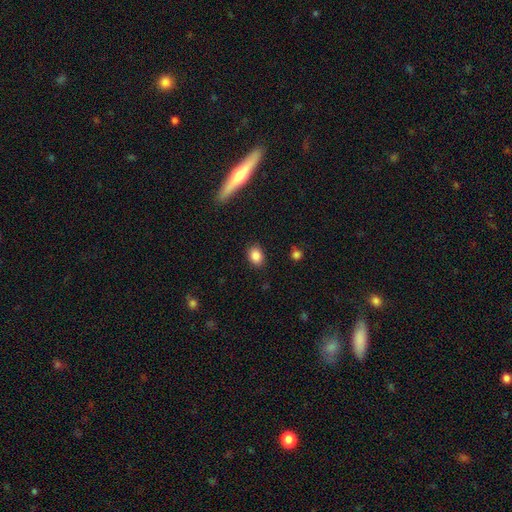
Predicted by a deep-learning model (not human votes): The model was most divided on "how rounded": in between: 65%, round: 34%, cigar-shaped: 1%. More confident: merging — none (87%); smooth or featured — smooth (86%).